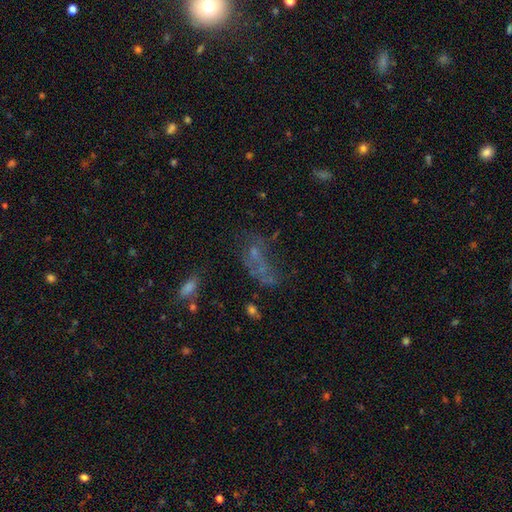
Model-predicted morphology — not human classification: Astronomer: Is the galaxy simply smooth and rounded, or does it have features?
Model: featured or disk — 40% (runner-up: smooth, 36%).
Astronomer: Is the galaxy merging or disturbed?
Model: major disturbance — 35% (runner-up: none, 32%).